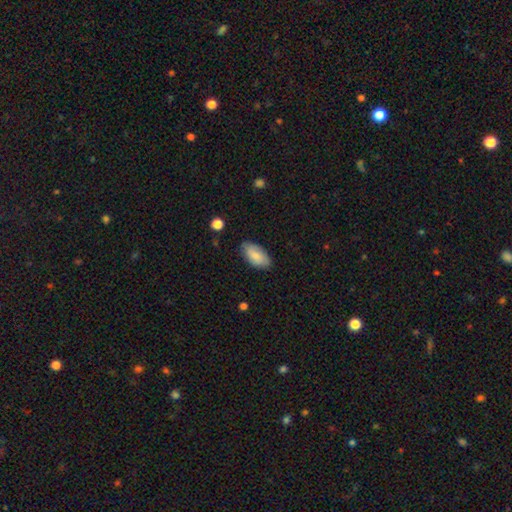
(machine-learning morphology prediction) A smooth galaxy with no disk features (82%) that is in between round and cigar-shaped (94%).

Vote fractions:
- Smooth or featured? smooth: 82% / featured or disk: 11% / star or artifact: 6%
- How rounded? in between: 94% / cigar-shaped: 4% / round: 2%
- Merging? none: 79% / minor disturbance: 17% / major disturbance: 3% / merger: 1%